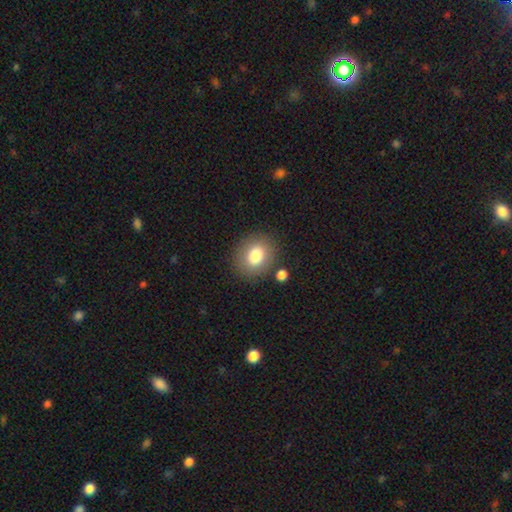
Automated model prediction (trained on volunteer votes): Overall: smooth (81%). How rounded: round (56%; in between 43%). Merging: none (82%).